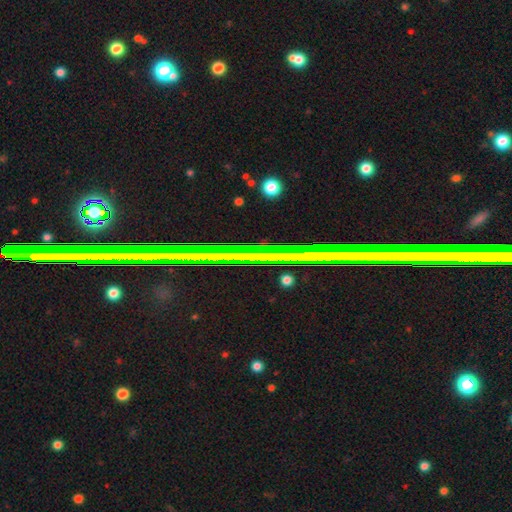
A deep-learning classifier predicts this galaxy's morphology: Smooth or featured? Predicted: star or artifact (p=0.71).